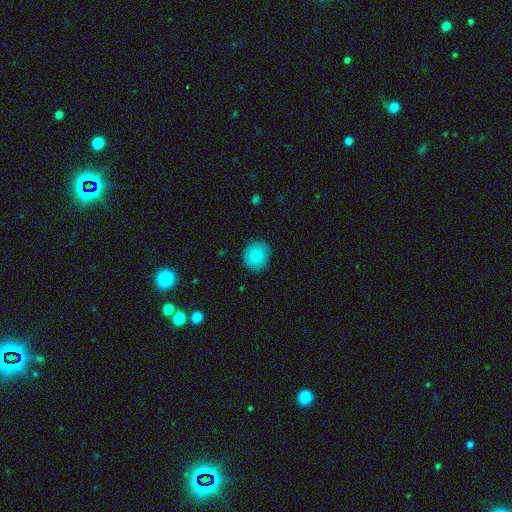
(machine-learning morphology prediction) smooth_or_featured: smooth (p=0.86) [alt: star or artifact p=0.08]
how_rounded: round (p=0.82) [alt: in between p=0.17]
merging: none (p=0.85) [alt: minor disturbance p=0.11]